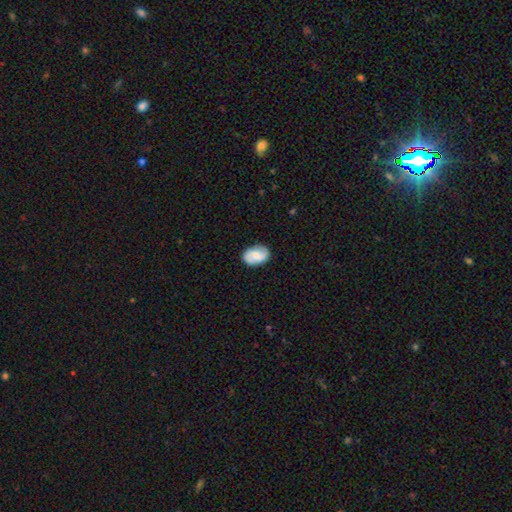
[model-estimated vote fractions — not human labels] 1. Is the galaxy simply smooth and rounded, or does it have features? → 48% smooth, 45% featured or disk, 7% star or artifact.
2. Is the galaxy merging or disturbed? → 84% none, 12% minor disturbance, 3% major disturbance, 1% merger.